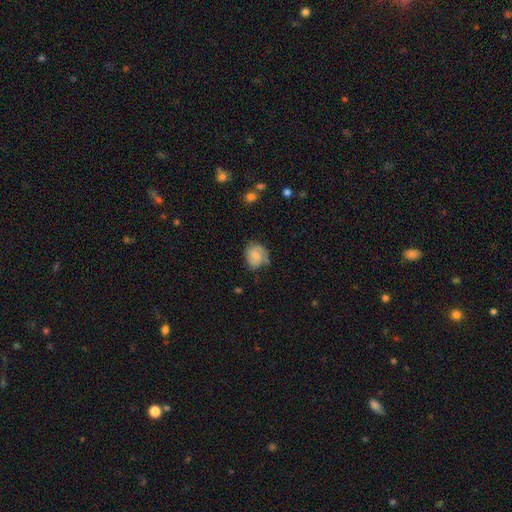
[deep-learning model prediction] Q: Smooth or featured?
A: smooth (53%); runner-up: featured or disk (39%)
Q: How rounded?
A: round (65%); runner-up: in between (34%)
Q: Merging?
A: none (62%); runner-up: minor disturbance (27%)